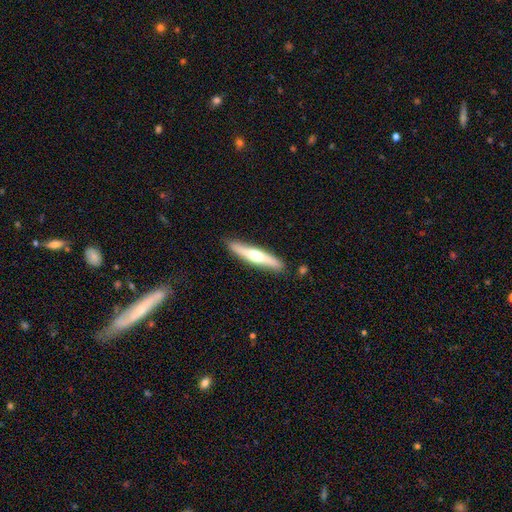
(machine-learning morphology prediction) Overall: featured or disk (52%; smooth 44%). Edge-on disk: yes (92%). Merging: none (87%).